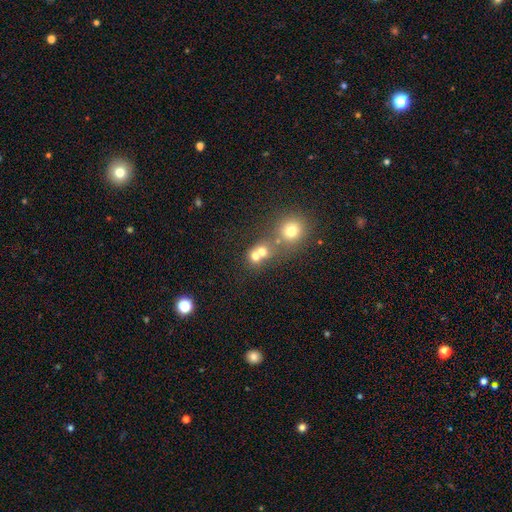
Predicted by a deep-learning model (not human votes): Smooth or featured? Predicted: smooth (p=0.68). How rounded? Predicted: round (p=0.77). Merging? Predicted: merger (p=0.54).